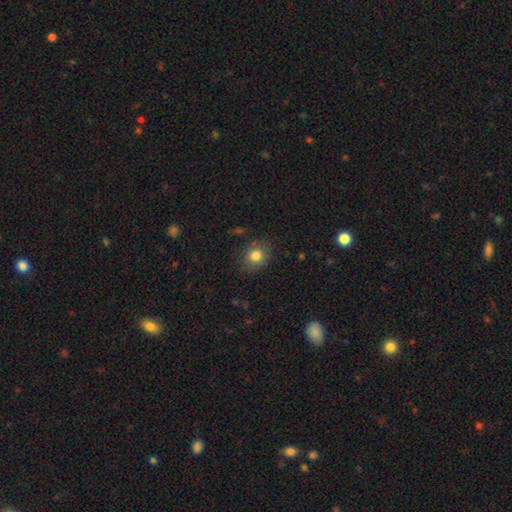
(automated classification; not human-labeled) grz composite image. It shows a smooth galaxy with no disk features (80%) that is round (74%). Merging: none (84%).